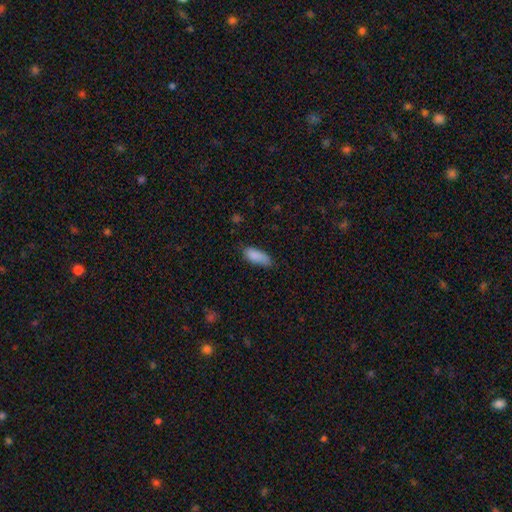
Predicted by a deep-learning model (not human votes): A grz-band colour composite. It shows a smooth galaxy with no disk features (88%) that is in between round and cigar-shaped (79%). Merging: none (66%).